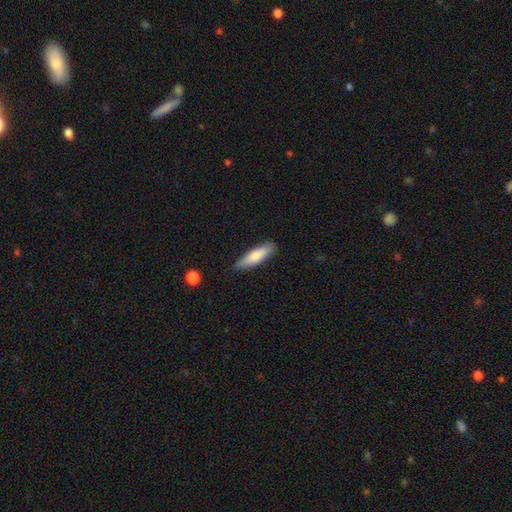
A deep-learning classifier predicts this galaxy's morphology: smooth_or_featured: smooth (p=0.78) [alt: featured or disk p=0.17]
how_rounded: cigar-shaped (p=0.61) [alt: in between p=0.38]
merging: none (p=0.85) [alt: minor disturbance p=0.11]